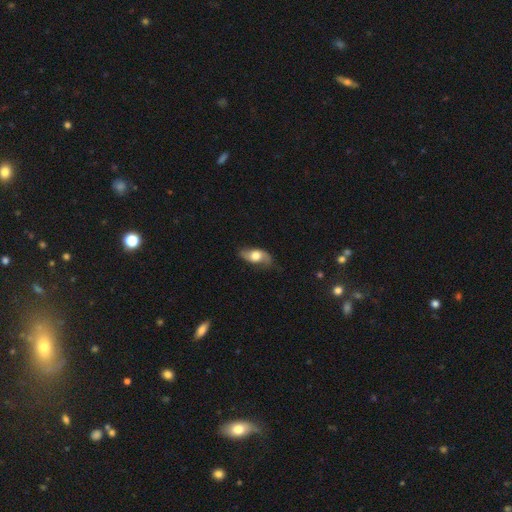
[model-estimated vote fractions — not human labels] This appears to be a featured or disk galaxy (52%). Merging: none (67%).